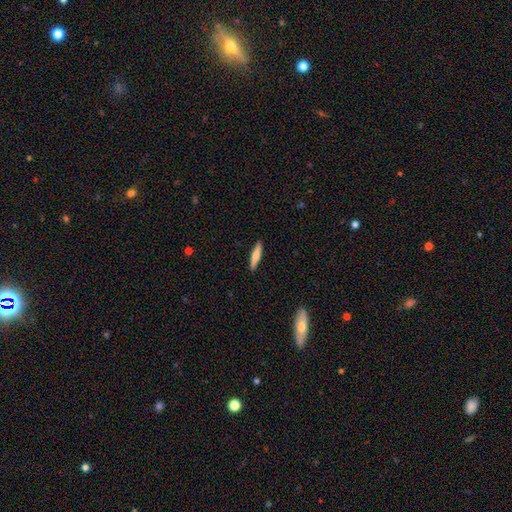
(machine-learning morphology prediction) A smooth galaxy with no disk features (68%) that is cigar-shaped (88%).

Vote fractions:
- Smooth or featured? smooth: 68% / featured or disk: 27% / star or artifact: 6%
- How rounded? cigar-shaped: 88% / in between: 11% / round: 2%
- Merging? none: 90% / minor disturbance: 7% / major disturbance: 2% / merger: 1%